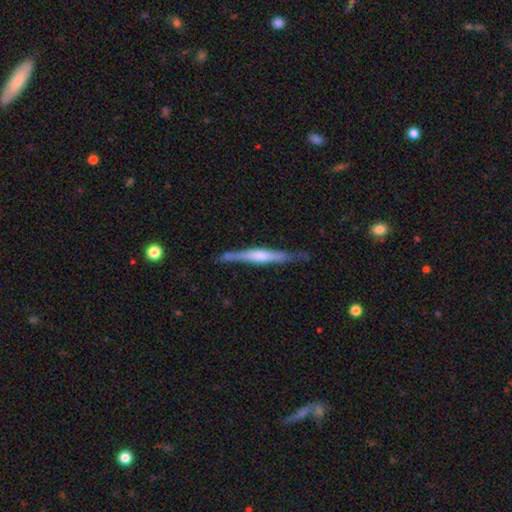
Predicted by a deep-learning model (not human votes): Smooth or featured? featured or disk (71%)
Edge-on disk? yes (97%)
Edge-on bulge? rounded (52%)
Merging? none (79%)